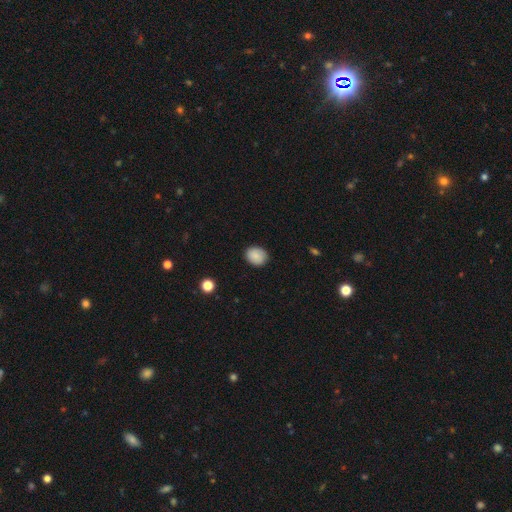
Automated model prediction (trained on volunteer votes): Overall: smooth (84%). How rounded: round (65%; in between 34%). Merging: none (86%).